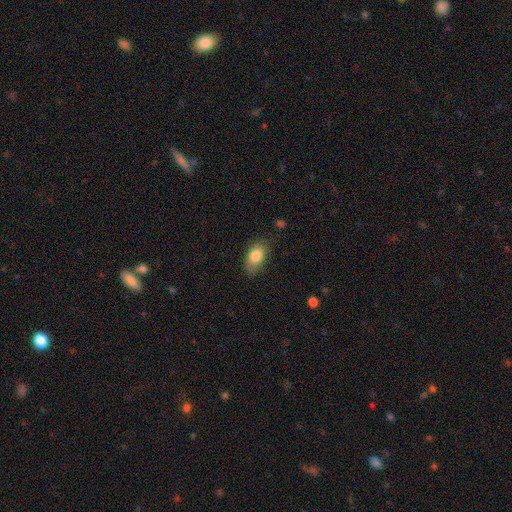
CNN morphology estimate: A smooth galaxy with no disk features (82%) that is in between round and cigar-shaped (90%). Merging: none (73%).